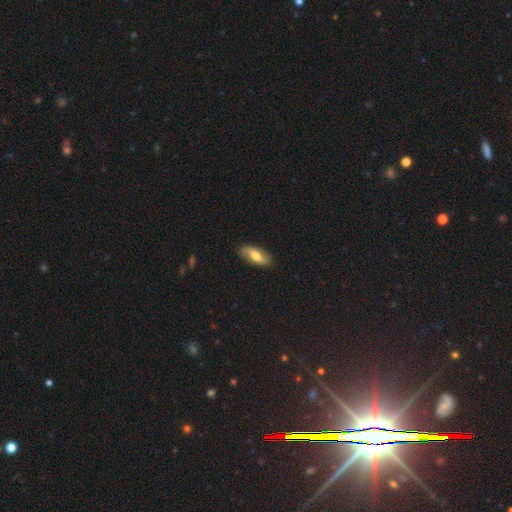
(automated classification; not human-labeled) Smooth or featured?
  - smooth: 53% *
  - featured or disk: 41%
  - star or artifact: 6%
How rounded?
  - in between: 79% *
  - cigar-shaped: 17%
  - round: 3%
Merging?
  - none: 85% *
  - minor disturbance: 11%
  - major disturbance: 2%
  - merger: 1%